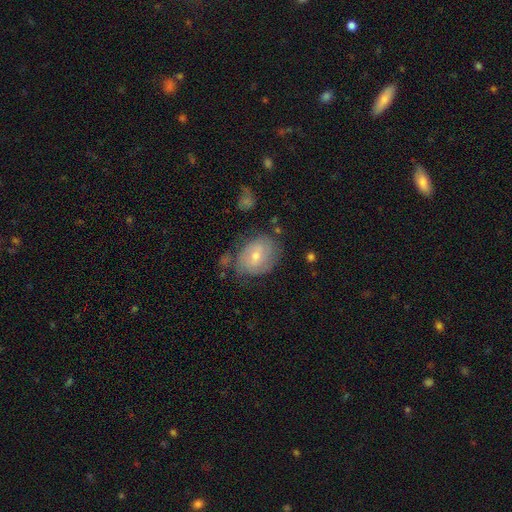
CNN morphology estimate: This appears to be a smooth galaxy with no disk features (46%). Merging: none (63%).